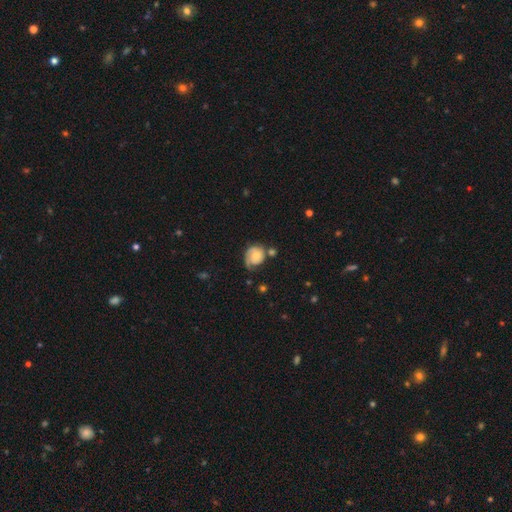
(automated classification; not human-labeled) The model was most divided on "bulge size": small: 40%, moderate: 33%, none: 14%, large: 10%, dominant: 3%. Remaining: edge-on disk — no (97%); spiral arms — yes (89%); bar — no (75%); smooth or featured — featured or disk (57%); merging — none (49%).